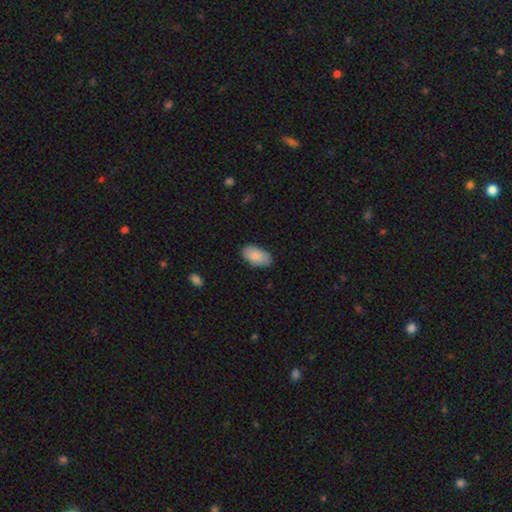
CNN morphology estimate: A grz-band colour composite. It shows a smooth galaxy with no disk features (86%) that is in between round and cigar-shaped (95%). Merging: none (83%).